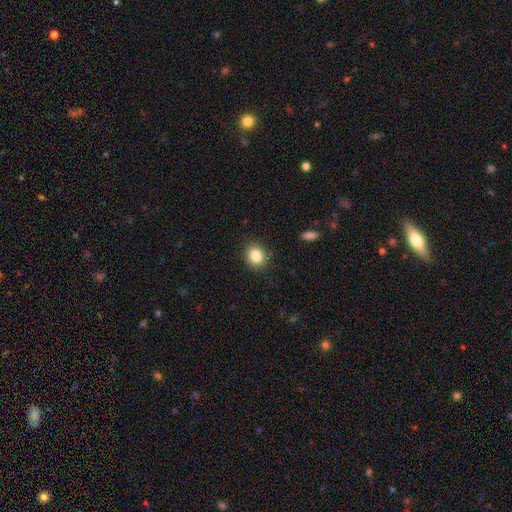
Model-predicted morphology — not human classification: Smooth or featured: smooth — 84% (star or artifact — 10%)
How rounded: round — 59% (in between — 40%)
Merging: none — 88% (minor disturbance — 9%)